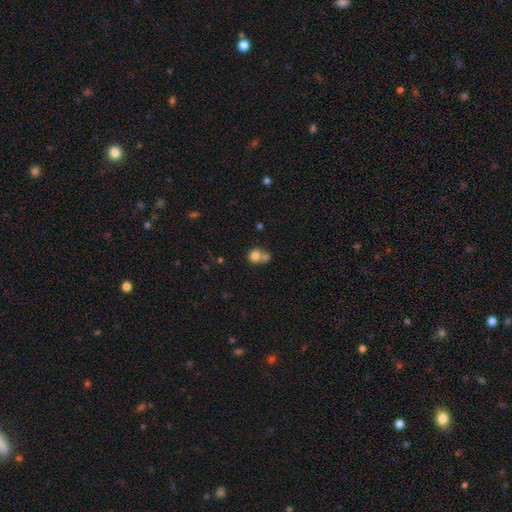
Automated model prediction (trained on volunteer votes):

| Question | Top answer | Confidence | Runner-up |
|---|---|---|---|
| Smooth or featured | smooth | 79% | star or artifact (11%) |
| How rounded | round | 77% | in between (22%) |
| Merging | merger | 52% | none (35%) |